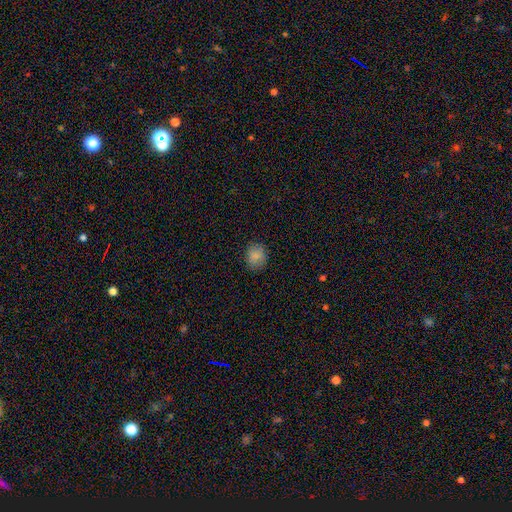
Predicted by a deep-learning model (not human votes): Smooth or featured? Predicted: smooth (p=0.86). How rounded? Predicted: round (p=0.69). Merging? Predicted: none (p=0.85).